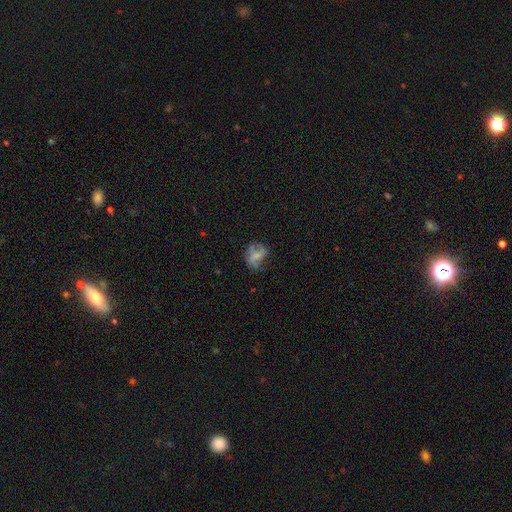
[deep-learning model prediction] Smooth or featured? featured or disk (53%)
Edge-on disk? no (97%)
Bar? no (50%)
Spiral arms? yes (60%)
Bulge size? none (45%)
Merging? none (45%)